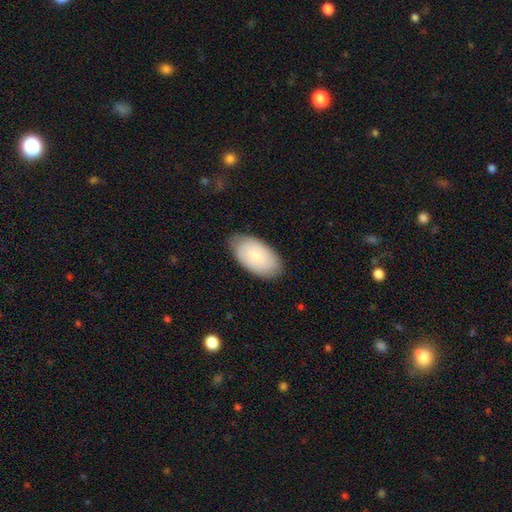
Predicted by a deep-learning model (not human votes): smooth-or-featured: smooth: 75% | featured or disk: 19% | star or artifact: 6%
  how-rounded: in between: 95% | round: 3% | cigar-shaped: 2%
  merging: none: 79% | minor disturbance: 16% | major disturbance: 3% | merger: 1%